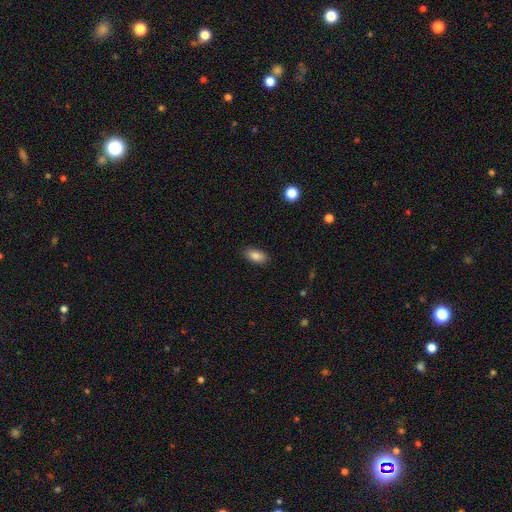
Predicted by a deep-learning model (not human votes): The model was most divided on "smooth or featured": smooth: 86%, star or artifact: 8%, featured or disk: 6%. More confident: how rounded — in between (92%); merging — none (88%).